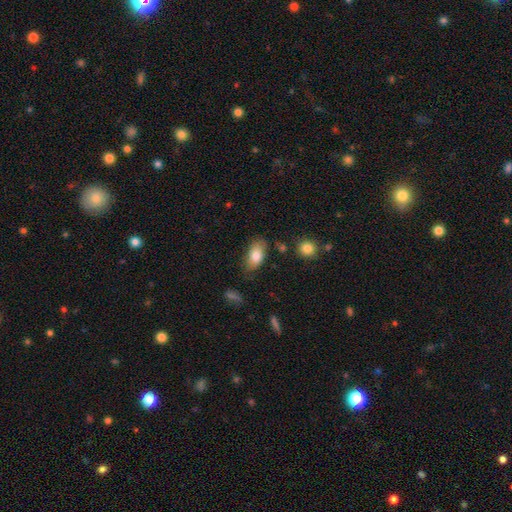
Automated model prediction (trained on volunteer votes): A smooth galaxy with no disk features (80%) that is in between round and cigar-shaped (92%).

Vote fractions:
- Smooth or featured? smooth: 80% / featured or disk: 13% / star or artifact: 7%
- How rounded? in between: 92% / round: 4% / cigar-shaped: 4%
- Merging? none: 73% / minor disturbance: 20% / major disturbance: 4% / merger: 3%